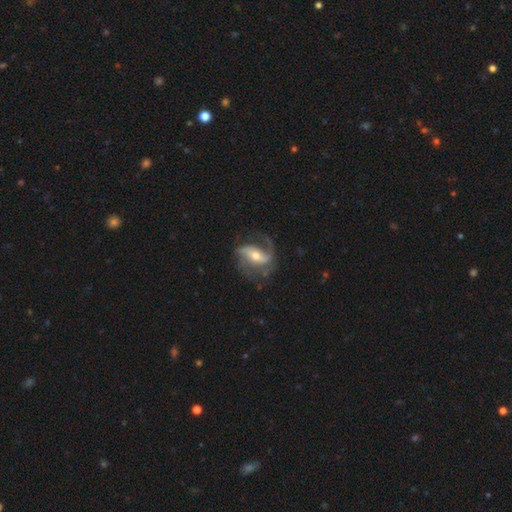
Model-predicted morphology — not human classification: featured or disk 84%, smooth 10%, star or artifact 6%. Down the decision tree: edge-on disk — no (95%); bar — strong (43%); spiral arms — yes (94%); spiral arm count — 2 (73%); spiral winding — loose (51%); bulge size — moderate (55%); merging — none (62%).